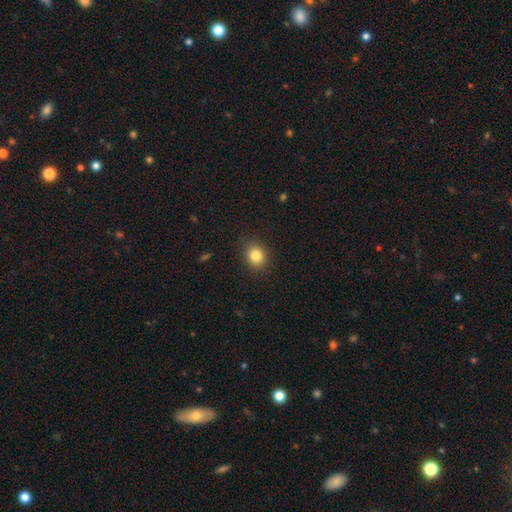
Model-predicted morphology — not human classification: This appears to be a smooth galaxy with no disk features (83%) that is round (70%). Merging: none (89%).